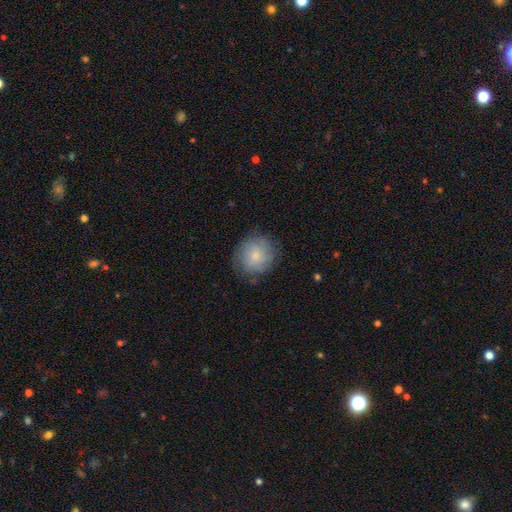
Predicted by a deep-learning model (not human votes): Overall: smooth (76%). How rounded: round (87%). Merging: none (78%).